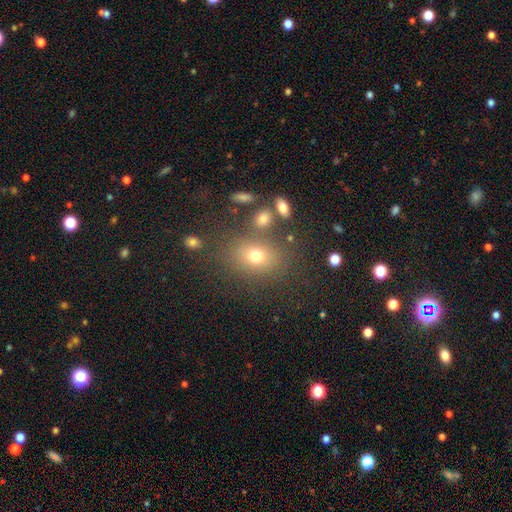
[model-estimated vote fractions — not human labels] Morphology: type=smooth (71%); roundness=in between (53%); merging=none (75%).